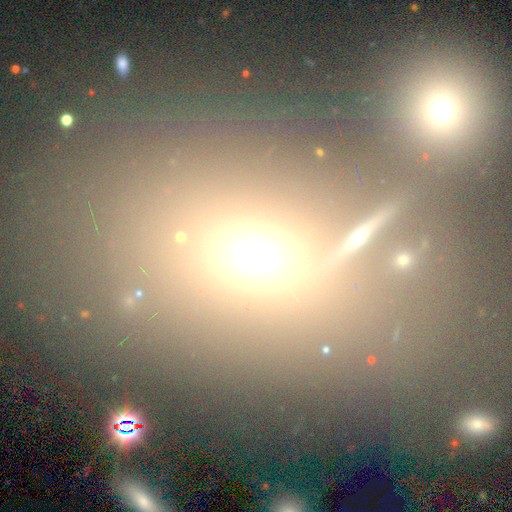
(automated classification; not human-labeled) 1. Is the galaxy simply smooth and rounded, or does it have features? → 56% smooth, 25% star or artifact, 19% featured or disk.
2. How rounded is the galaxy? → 53% in between, 42% round, 5% cigar-shaped.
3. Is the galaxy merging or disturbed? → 54% none, 25% merger, 12% minor disturbance, 9% major disturbance.